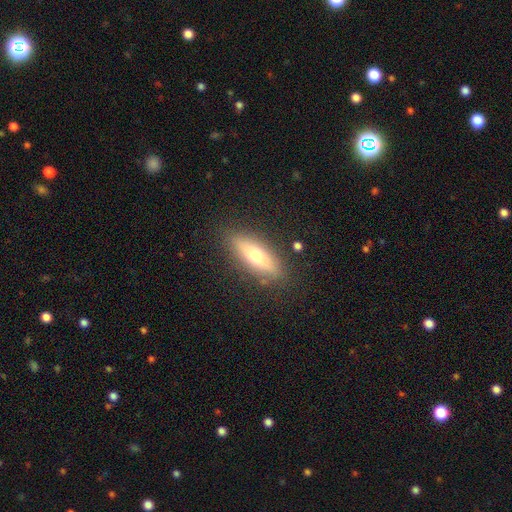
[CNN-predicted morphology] Smooth or featured? smooth (56%)
How rounded? cigar-shaped (54%)
Merging? none (85%)